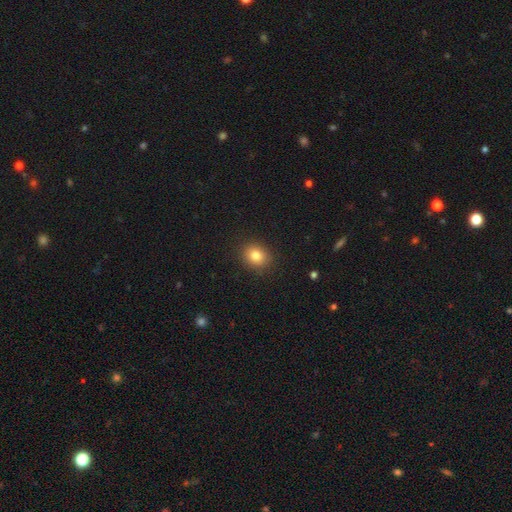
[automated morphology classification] smooth_or_featured: smooth (p=0.82) [alt: star or artifact p=0.11]
how_rounded: round (p=0.63) [alt: in between p=0.36]
merging: none (p=0.89) [alt: minor disturbance p=0.08]